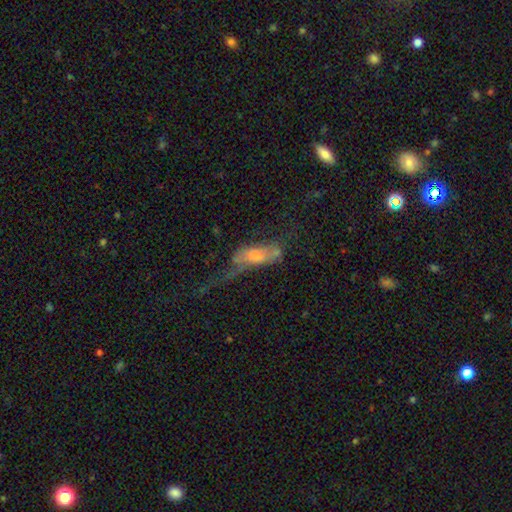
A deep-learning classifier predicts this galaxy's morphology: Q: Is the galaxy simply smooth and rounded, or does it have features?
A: featured or disk — 47%.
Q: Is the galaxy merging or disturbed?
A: major disturbance — 49%.